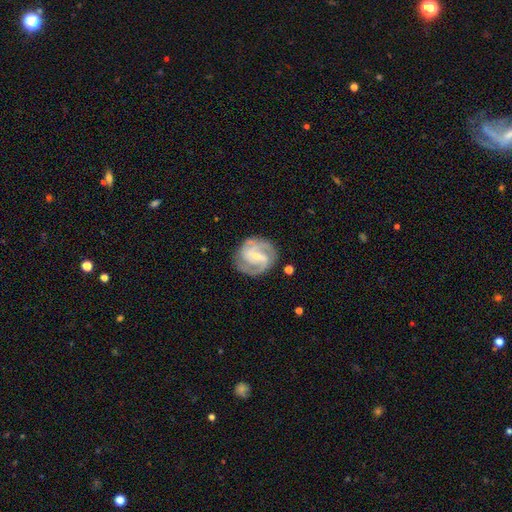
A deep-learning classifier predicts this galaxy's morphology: Smooth or featured: featured or disk — 87% (smooth — 9%)
Edge-on disk: no — 98% (yes — 2%)
Bar: weak — 48% (strong — 27%)
Spiral arms: yes — 97% (no — 3%)
Spiral winding: medium — 47% (tight — 44%)
Spiral arm count: 2 — 74% (3 — 12%)
Bulge size: small — 69% (moderate — 24%)
Merging: none — 80% (minor disturbance — 13%)